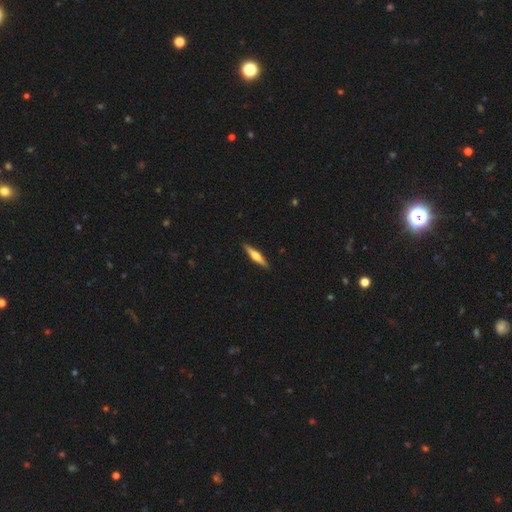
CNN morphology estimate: Smooth or featured? featured or disk (61%)
Edge-on disk? yes (97%)
Edge-on bulge? rounded (92%)
Merging? none (92%)